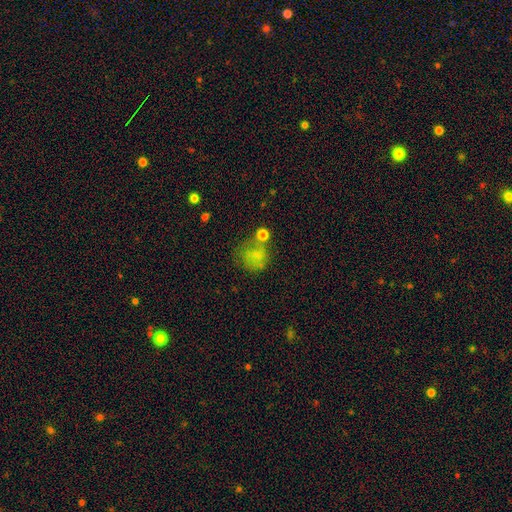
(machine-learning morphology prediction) Q: Smooth or featured?
A: smooth (67%); runner-up: featured or disk (19%)
Q: How rounded?
A: round (75%); runner-up: in between (24%)
Q: Merging?
A: none (45%); runner-up: minor disturbance (22%)